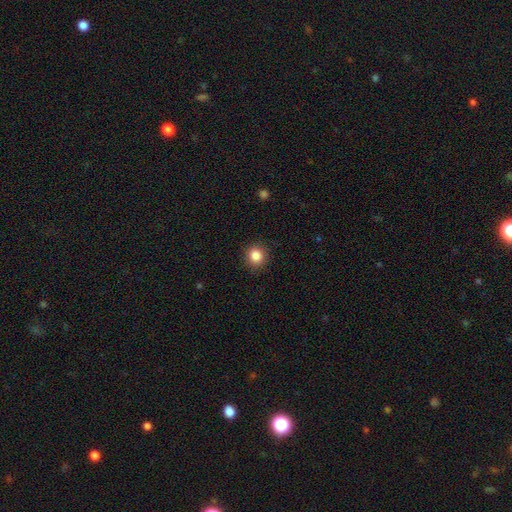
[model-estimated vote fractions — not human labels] Smooth or featured? smooth (85%)
How rounded? round (88%)
Merging? none (90%)